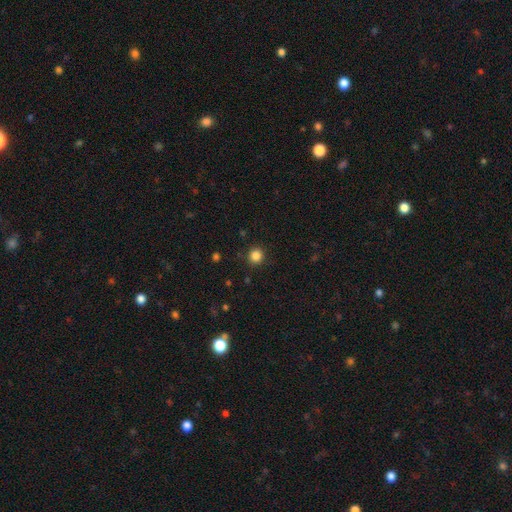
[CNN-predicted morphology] This is clearly a smooth galaxy (85%). How rounded: clearly round (92%). Merging: clearly none (91%).